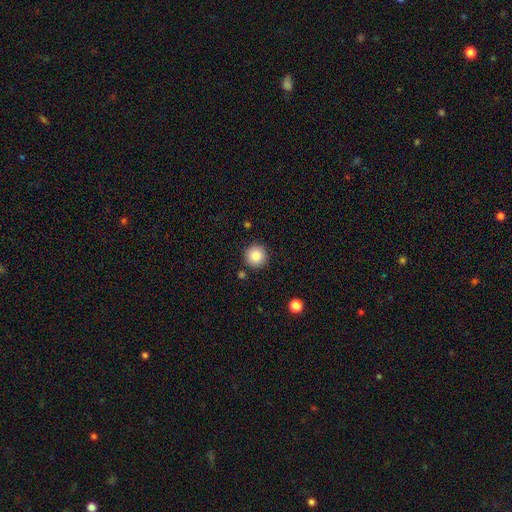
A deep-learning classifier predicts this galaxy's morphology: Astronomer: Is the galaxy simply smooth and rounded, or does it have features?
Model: smooth — 85%.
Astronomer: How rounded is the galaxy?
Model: round — 96%.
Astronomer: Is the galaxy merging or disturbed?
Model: none — 90%.